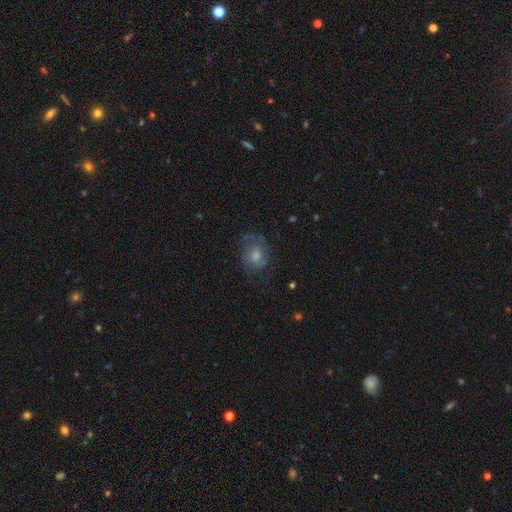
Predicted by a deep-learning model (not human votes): smooth_or_featured: featured or disk (p=0.54) [alt: smooth p=0.30]
disk_edge_on: no (p=0.96) [alt: yes p=0.04]
bar: no (p=0.72) [alt: weak p=0.24]
has_spiral_arms: yes (p=0.83) [alt: no p=0.17]
bulge_size: moderate (p=0.51) [alt: small p=0.32]
merging: none (p=0.67) [alt: minor disturbance p=0.19]